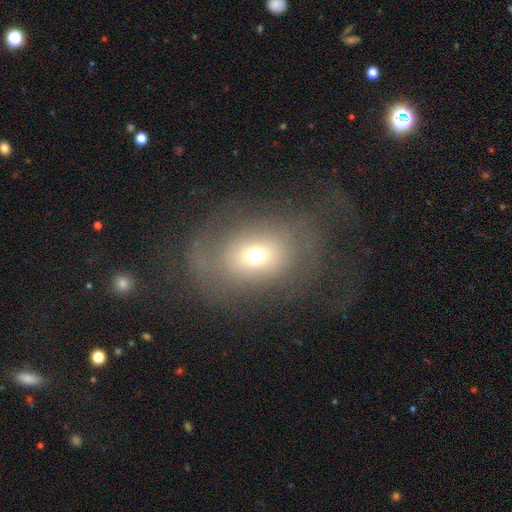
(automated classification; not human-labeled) This appears to be a smooth galaxy with no disk features (55%) that is in between round and cigar-shaped (54%). Merging: none (45%).